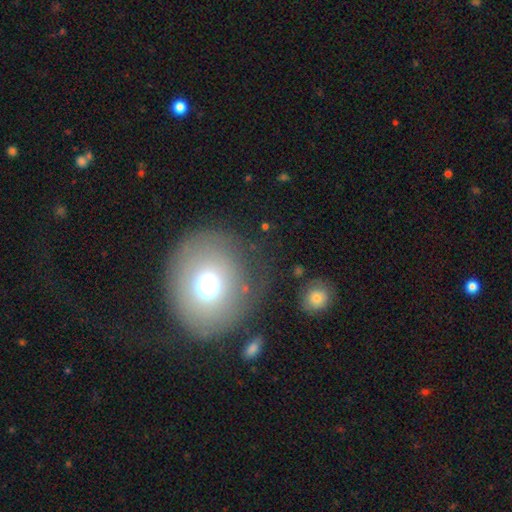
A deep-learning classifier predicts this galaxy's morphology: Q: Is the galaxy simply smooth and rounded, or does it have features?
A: smooth — 58%.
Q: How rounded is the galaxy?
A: round — 79%.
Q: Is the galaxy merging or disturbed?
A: none — 75%.